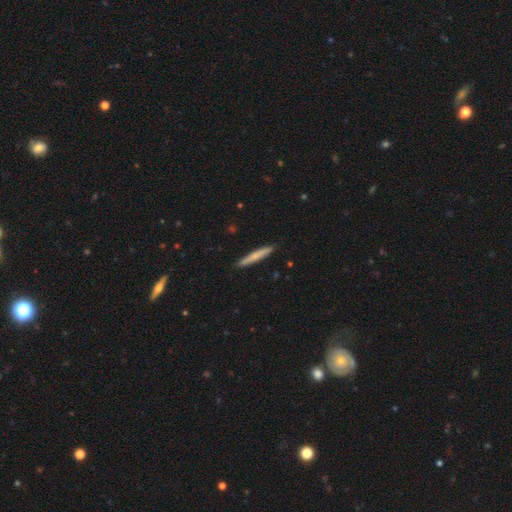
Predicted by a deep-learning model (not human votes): This appears to be a smooth galaxy with no disk features (69%) that is cigar-shaped (95%). Merging: none (88%).